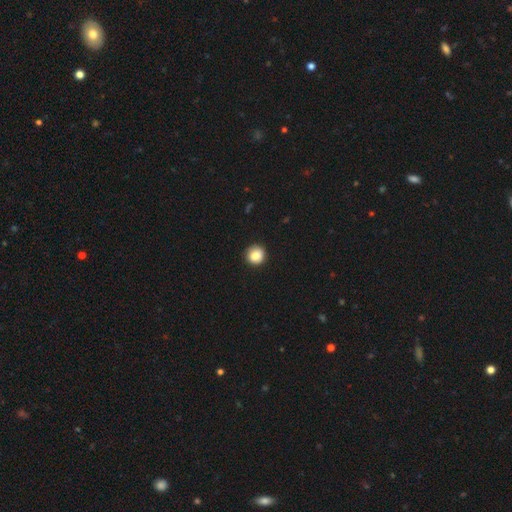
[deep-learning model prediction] This is clearly a smooth galaxy (86%). How rounded: clearly round (92%). Merging: clearly none (87%).